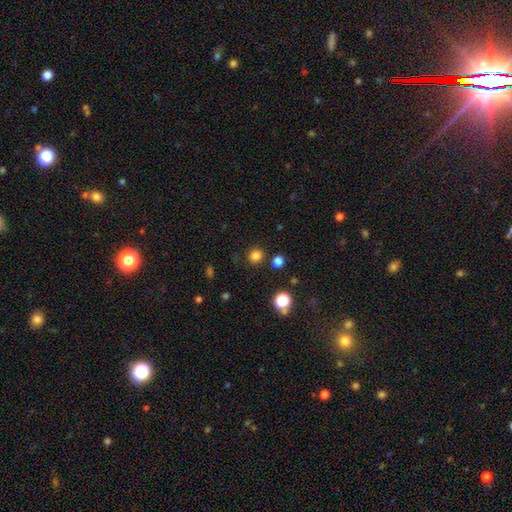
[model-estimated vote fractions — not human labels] Smooth or featured? Predicted: smooth (p=0.81). How rounded? Predicted: round (p=0.88). Merging? Predicted: none (p=0.87).